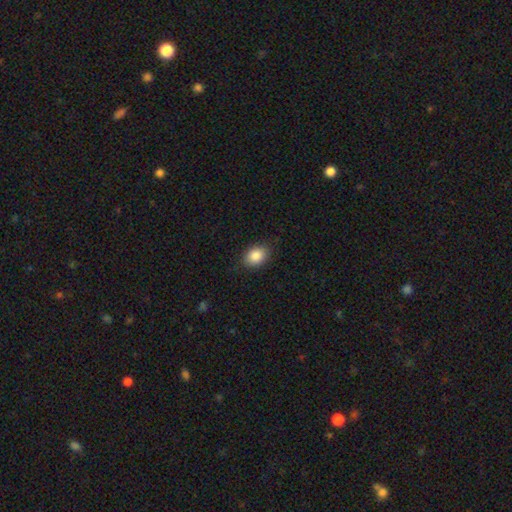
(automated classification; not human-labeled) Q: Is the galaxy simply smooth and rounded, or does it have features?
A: smooth — 86%.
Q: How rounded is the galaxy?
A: in between — 71%.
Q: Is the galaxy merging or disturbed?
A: none — 85%.